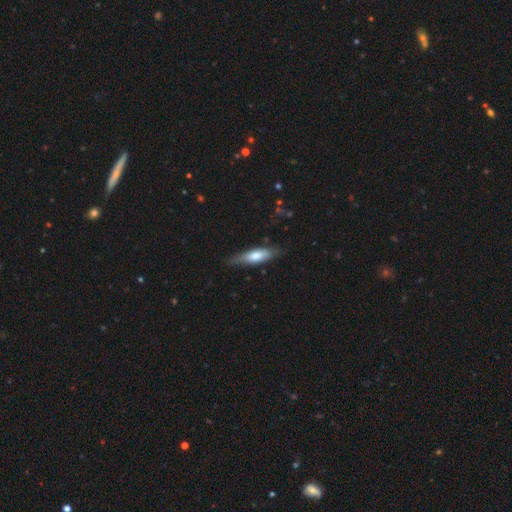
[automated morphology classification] type=smooth (59%); roundness=cigar-shaped (63%); merging=none (75%).